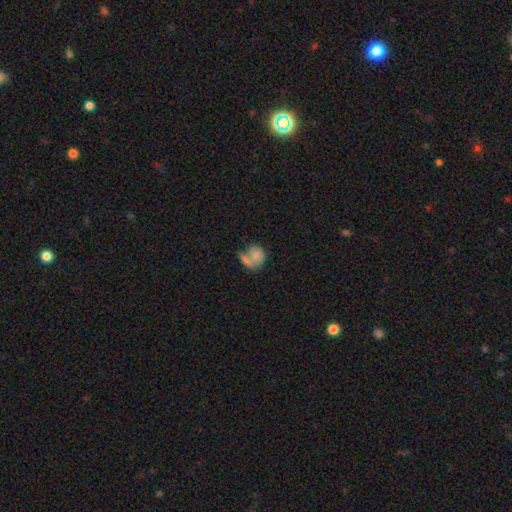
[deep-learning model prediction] Q: Smooth or featured?
A: smooth (71%); runner-up: featured or disk (19%)
Q: How rounded?
A: round (61%); runner-up: in between (37%)
Q: Merging?
A: merger (44%); runner-up: none (33%)